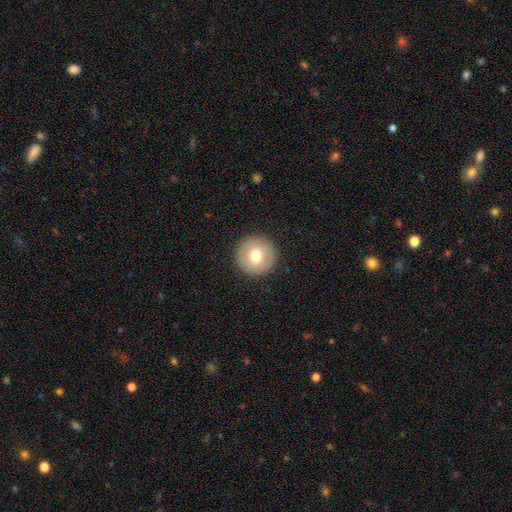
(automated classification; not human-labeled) smooth_or_featured: smooth (p=0.71) [alt: featured or disk p=0.21]
how_rounded: round (p=0.96) [alt: in between p=0.03]
merging: none (p=0.92) [alt: minor disturbance p=0.05]